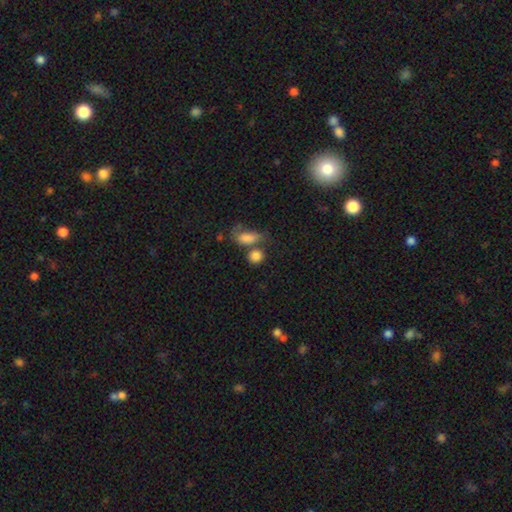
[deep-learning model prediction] A smooth galaxy with no disk features (83%) that is round (61%).

Vote fractions:
- Smooth or featured? smooth: 83% / star or artifact: 9% / featured or disk: 7%
- How rounded? round: 61% / in between: 37% / cigar-shaped: 2%
- Merging? none: 44% / merger: 36% / minor disturbance: 12% / major disturbance: 7%